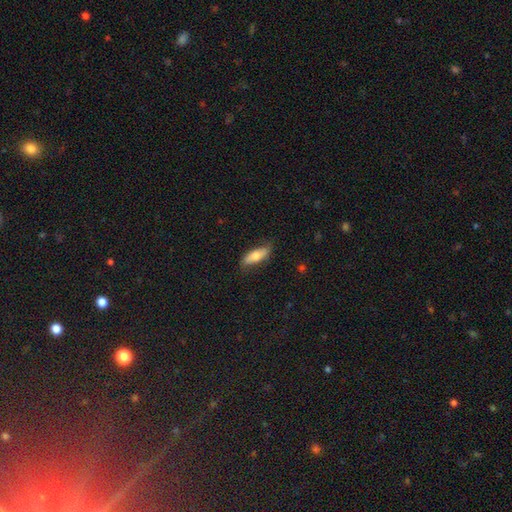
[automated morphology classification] type=smooth (68%); roundness=in between (66%); merging=none (76%).